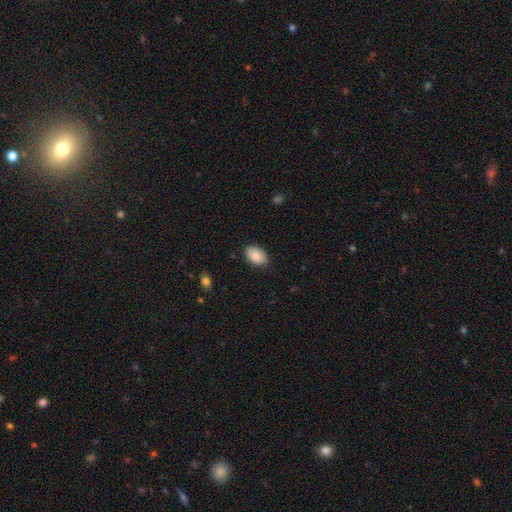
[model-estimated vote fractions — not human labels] Morphology: type=smooth (86%); roundness=in between (92%); merging=none (87%).